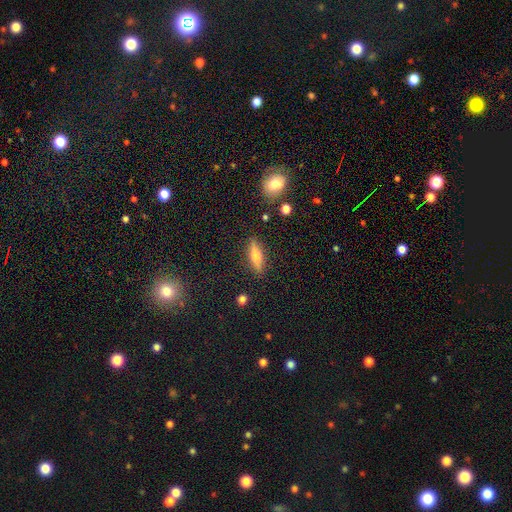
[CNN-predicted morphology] Smooth or featured? Predicted: smooth (p=0.49). Merging? Predicted: none (p=0.86).